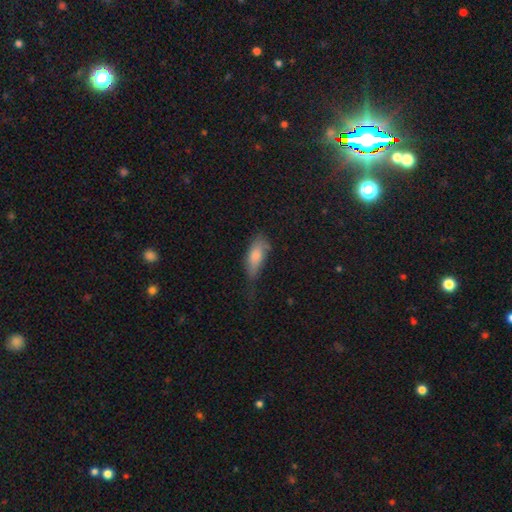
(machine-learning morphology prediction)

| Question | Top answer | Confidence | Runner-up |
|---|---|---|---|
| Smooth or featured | smooth | 79% | featured or disk (14%) |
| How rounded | in between | 79% | cigar-shaped (18%) |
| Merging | minor disturbance | 39% | none (34%) |